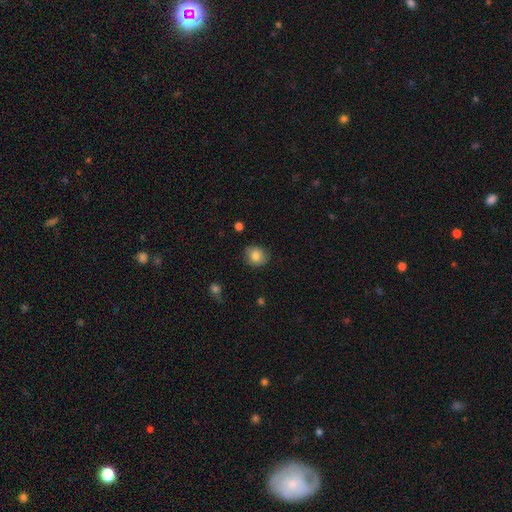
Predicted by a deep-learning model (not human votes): This is clearly a smooth galaxy (82%). How rounded: likely round (72%). Merging: clearly none (81%).